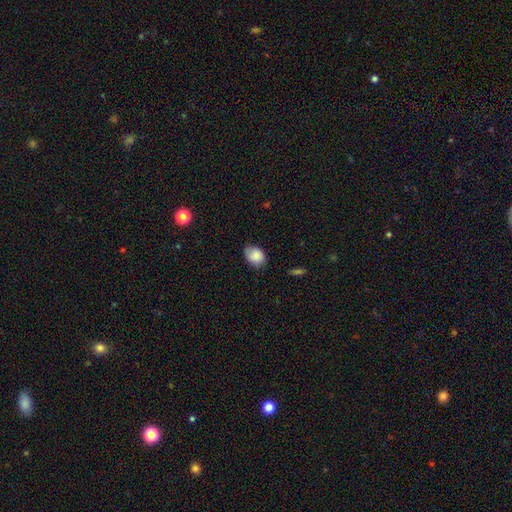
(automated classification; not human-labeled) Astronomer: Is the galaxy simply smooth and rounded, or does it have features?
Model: smooth — 84%.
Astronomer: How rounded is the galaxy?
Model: in between — 68%.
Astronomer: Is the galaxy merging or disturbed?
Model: none — 67%.